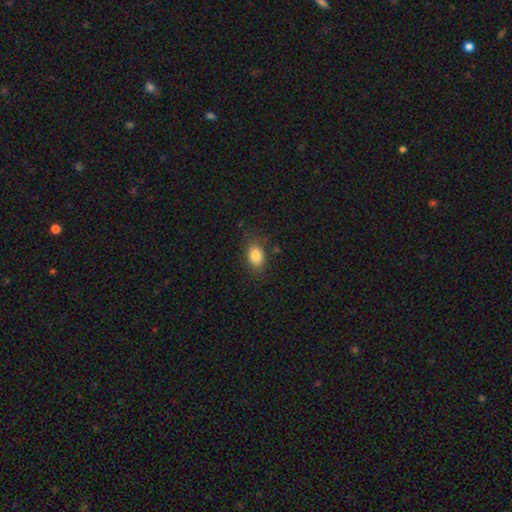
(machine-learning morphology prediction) smooth_or_featured: smooth (p=0.84) [alt: star or artifact p=0.09]
how_rounded: in between (p=0.82) [alt: round p=0.16]
merging: none (p=0.81) [alt: minor disturbance p=0.14]